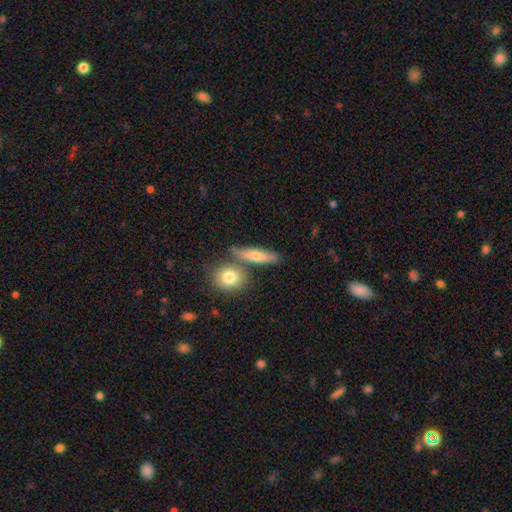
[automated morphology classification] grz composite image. It shows a smooth galaxy with no disk features (65%) that is cigar-shaped (60%). Merging: none (69%).